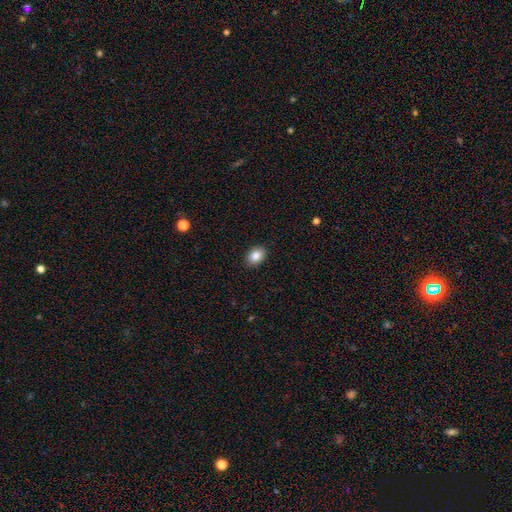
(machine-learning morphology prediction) smooth-or-featured: smooth: 86% | star or artifact: 8% | featured or disk: 5%
  how-rounded: in between: 76% | round: 23% | cigar-shaped: 1%
  merging: none: 89% | minor disturbance: 8% | major disturbance: 2% | merger: 1%